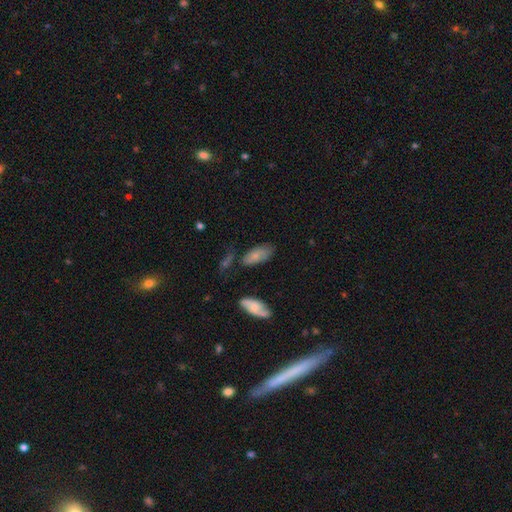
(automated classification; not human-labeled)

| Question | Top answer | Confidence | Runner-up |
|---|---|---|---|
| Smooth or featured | smooth | 69% | featured or disk (23%) |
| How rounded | in between | 88% | cigar-shaped (9%) |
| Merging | none | 60% | minor disturbance (24%) |